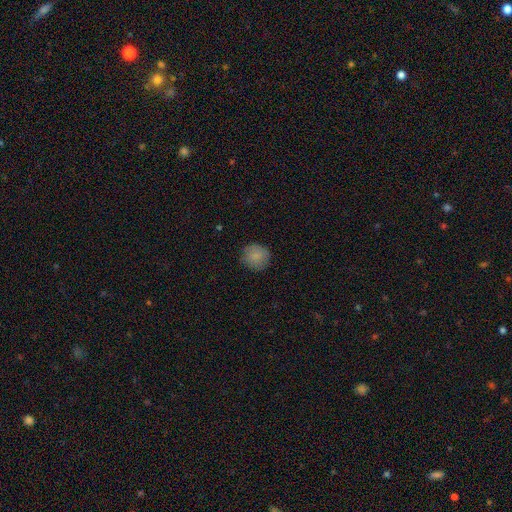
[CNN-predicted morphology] Overall: smooth (86%). How rounded: round (92%). Merging: none (86%).